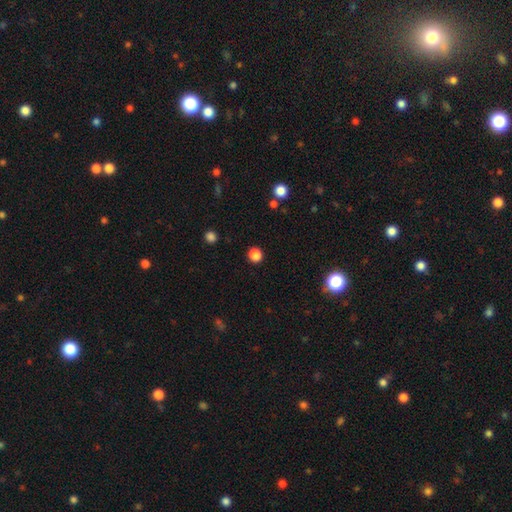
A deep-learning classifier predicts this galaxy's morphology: smooth-or-featured: smooth: 83% | star or artifact: 13% | featured or disk: 3%
  how-rounded: round: 84% | in between: 15% | cigar-shaped: 1%
  merging: none: 91% | minor disturbance: 6% | major disturbance: 2% | merger: 2%